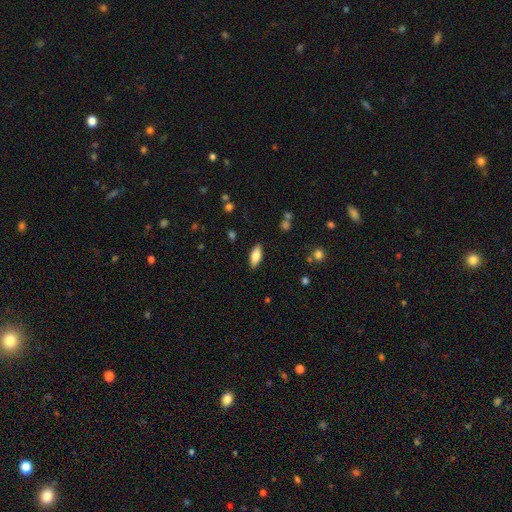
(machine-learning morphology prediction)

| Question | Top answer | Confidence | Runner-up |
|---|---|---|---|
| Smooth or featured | smooth | 76% | featured or disk (17%) |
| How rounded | in between | 78% | cigar-shaped (20%) |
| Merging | none | 87% | minor disturbance (9%) |